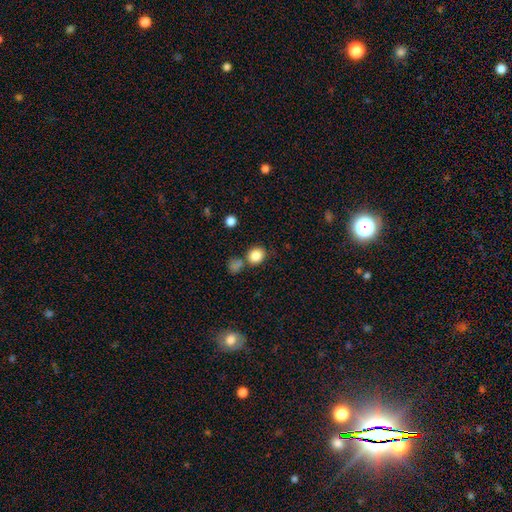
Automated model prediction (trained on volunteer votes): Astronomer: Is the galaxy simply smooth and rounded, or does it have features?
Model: smooth — 84%.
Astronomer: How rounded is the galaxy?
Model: round — 74%.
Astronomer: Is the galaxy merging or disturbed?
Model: none — 68%.